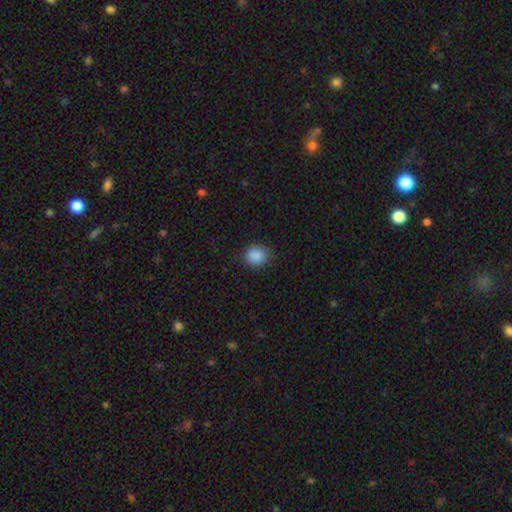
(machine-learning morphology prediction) A smooth galaxy with no disk features (88%) that is round (82%).

Vote fractions:
- Smooth or featured? smooth: 88% / star or artifact: 9% / featured or disk: 3%
- How rounded? round: 82% / in between: 17% / cigar-shaped: 1%
- Merging? none: 86% / minor disturbance: 11% / major disturbance: 3% / merger: 1%